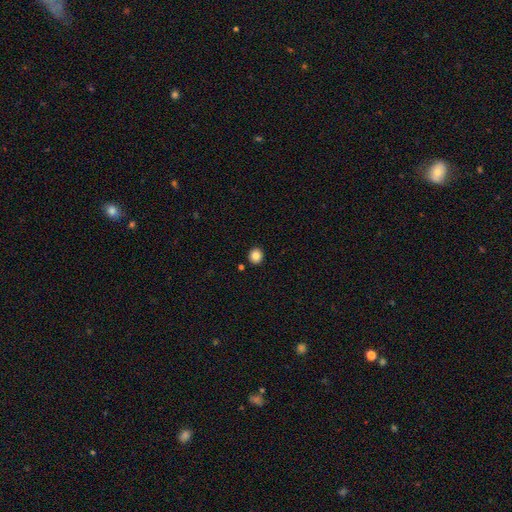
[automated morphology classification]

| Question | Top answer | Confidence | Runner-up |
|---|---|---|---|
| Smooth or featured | smooth | 84% | star or artifact (10%) |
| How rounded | round | 86% | in between (13%) |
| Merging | none | 91% | minor disturbance (5%) |